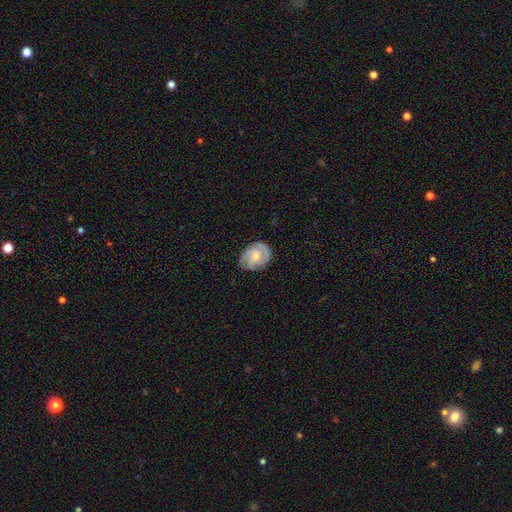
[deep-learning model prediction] smooth-or-featured: featured or disk: 76% | smooth: 19% | star or artifact: 6%
  disk-edge-on: no: 98% | yes: 2%
    bar: no: 66% | weak: 29% | strong: 5%
    has-spiral-arms: yes: 94% | no: 6%
      spiral-winding: tight: 55% | medium: 36% | loose: 9%
      spiral-arm-count: 2: 39% | 3: 32% | can't tell: 17% | 4: 5% | 1: 4% | more than 4: 3%
    bulge-size: small: 54% | moderate: 42% | none: 2% | large: 1% | dominant: 1%
  merging: none: 75% | minor disturbance: 19% | major disturbance: 5% | merger: 1%